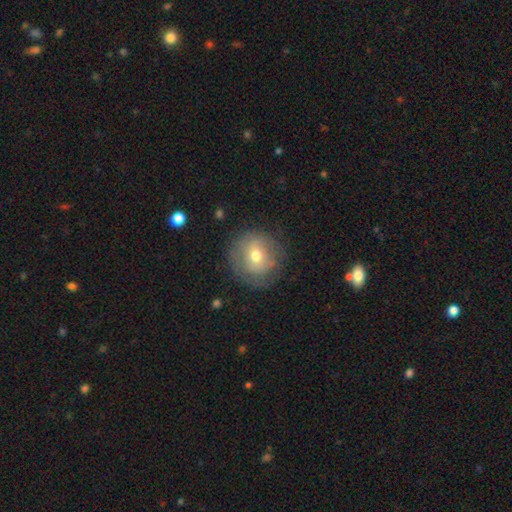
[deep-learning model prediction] A smooth galaxy with no disk features (55%) that is round (90%). Merging: none (73%).